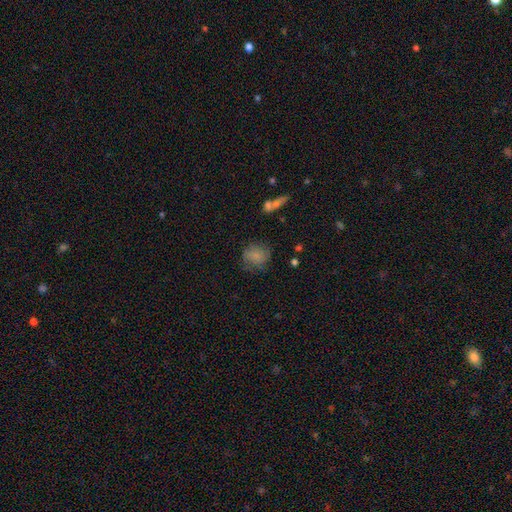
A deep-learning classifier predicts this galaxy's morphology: smooth_or_featured: smooth (p=0.75) [alt: featured or disk p=0.15]
how_rounded: round (p=0.69) [alt: in between p=0.30]
merging: none (p=0.62) [alt: minor disturbance p=0.24]